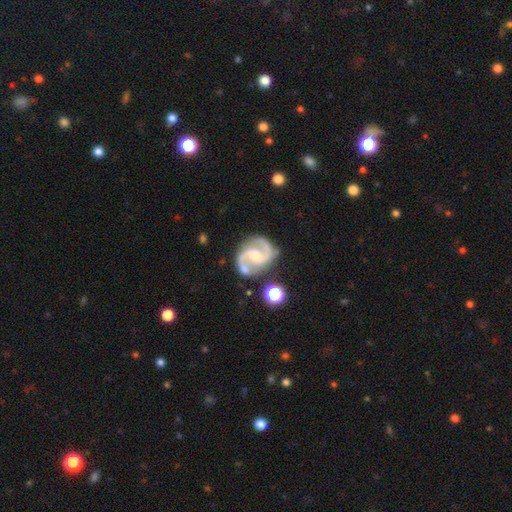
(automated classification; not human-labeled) smooth_or_featured: featured or disk (p=0.92) [alt: star or artifact p=0.04]
disk_edge_on: no (p=0.98) [alt: yes p=0.02]
bar: weak (p=0.47) [alt: no p=0.38]
has_spiral_arms: yes (p=0.98) [alt: no p=0.02]
spiral_winding: medium (p=0.65) [alt: loose p=0.18]
spiral_arm_count: 2 (p=0.94) [alt: can't tell p=0.01]
bulge_size: small (p=0.45) [alt: moderate p=0.35]
merging: none (p=0.75) [alt: minor disturbance p=0.14]